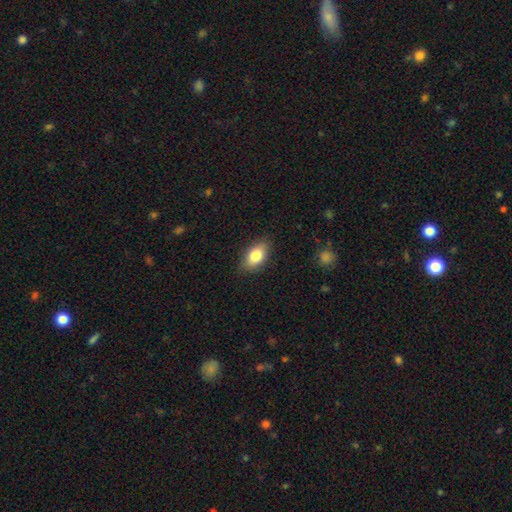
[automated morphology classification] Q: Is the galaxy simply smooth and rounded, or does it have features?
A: smooth — 82%.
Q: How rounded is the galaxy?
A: in between — 89%.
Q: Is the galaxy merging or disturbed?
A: none — 85%.